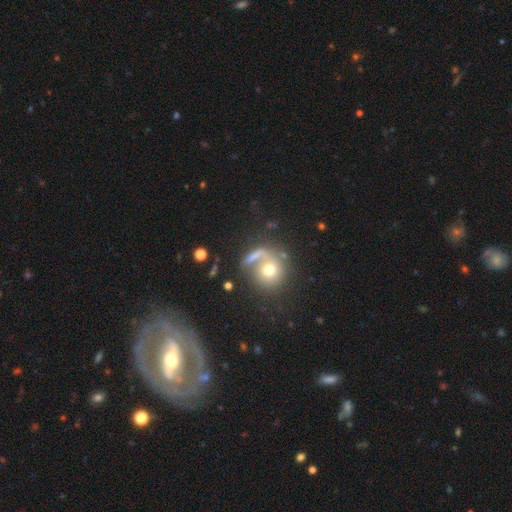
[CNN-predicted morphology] A smooth galaxy with no disk features (62%) that is round (80%).

Vote fractions:
- Smooth or featured? smooth: 62% / featured or disk: 26% / star or artifact: 12%
- How rounded? round: 80% / in between: 17% / cigar-shaped: 4%
- Merging? none: 47% / merger: 24% / major disturbance: 15% / minor disturbance: 14%